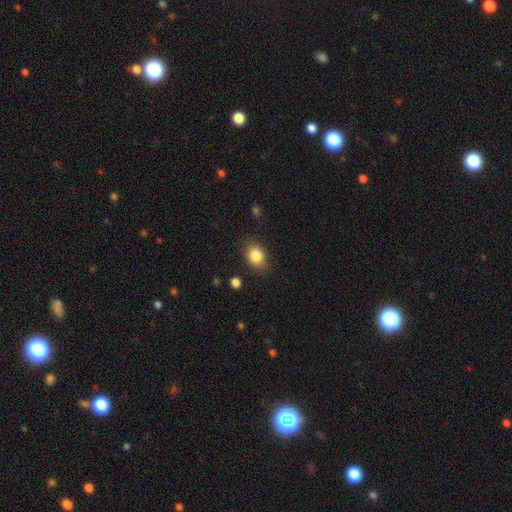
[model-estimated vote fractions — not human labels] Q: Smooth or featured?
A: smooth (85%); runner-up: star or artifact (9%)
Q: How rounded?
A: in between (67%); runner-up: round (32%)
Q: Merging?
A: none (82%); runner-up: minor disturbance (13%)